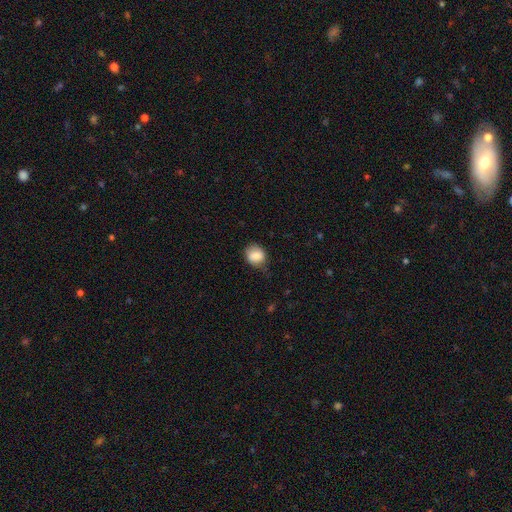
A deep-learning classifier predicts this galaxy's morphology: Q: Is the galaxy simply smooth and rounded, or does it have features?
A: smooth — 83%.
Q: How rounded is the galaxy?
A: round — 66%.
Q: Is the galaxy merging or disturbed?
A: none — 62%.